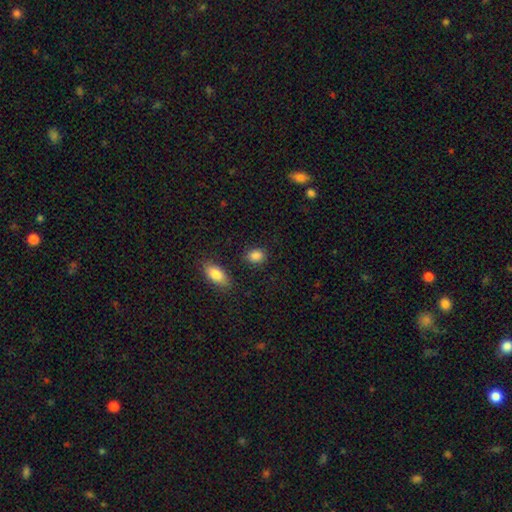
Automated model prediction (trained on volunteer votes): The model was most divided on "how rounded": in between: 60%, round: 38%, cigar-shaped: 2%. More confident: smooth or featured — smooth (87%); merging — none (85%).